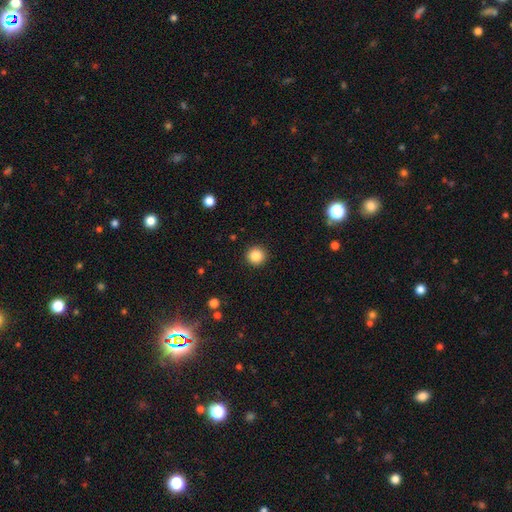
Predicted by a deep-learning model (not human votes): Smooth or featured? smooth (85%)
How rounded? round (95%)
Merging? none (93%)